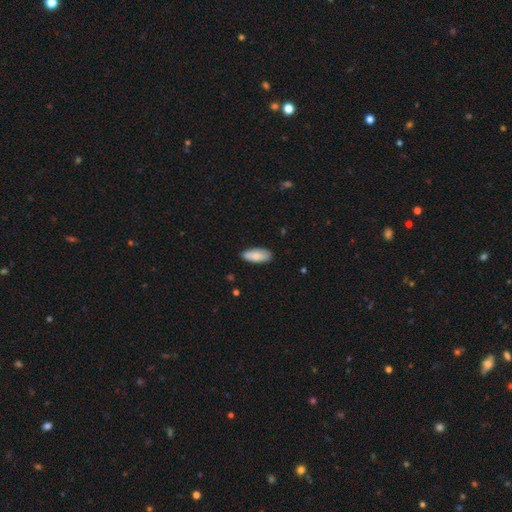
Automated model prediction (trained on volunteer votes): Smooth or featured? Predicted: smooth (p=0.84). How rounded? Predicted: in between (p=0.84). Merging? Predicted: none (p=0.85).